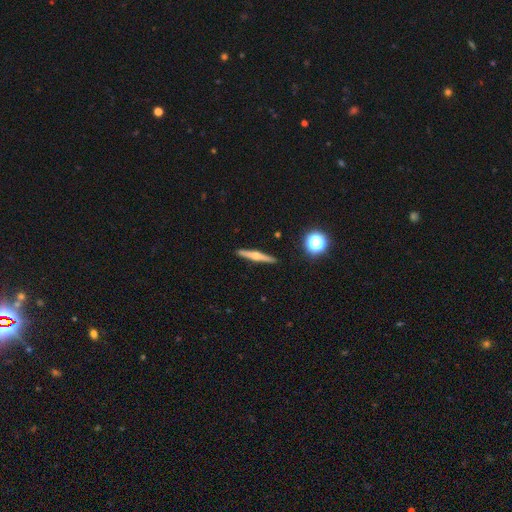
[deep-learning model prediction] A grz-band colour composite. It shows a featured or disk galaxy (67%) viewed edge-on (98%) with a rounded central bulge (90%). Merging: none (92%).